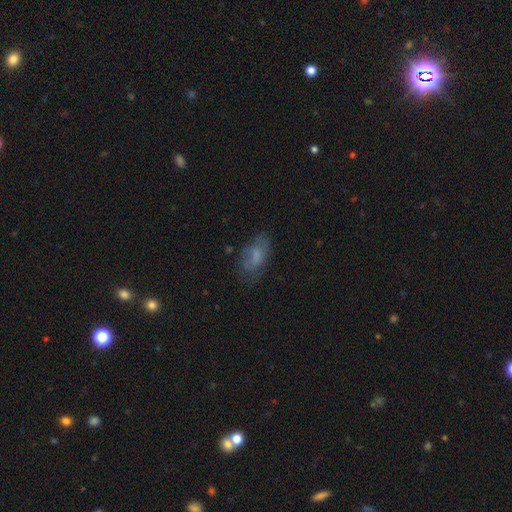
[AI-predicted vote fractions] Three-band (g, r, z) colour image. It shows a smooth galaxy with no disk features (64%) that is in between round and cigar-shaped (89%). Merging: none (60%).